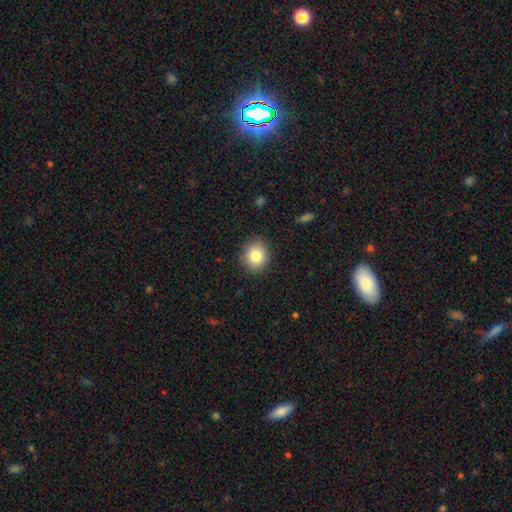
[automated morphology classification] This is clearly a smooth galaxy (82%). How rounded: clearly round (82%). Merging: clearly none (89%).